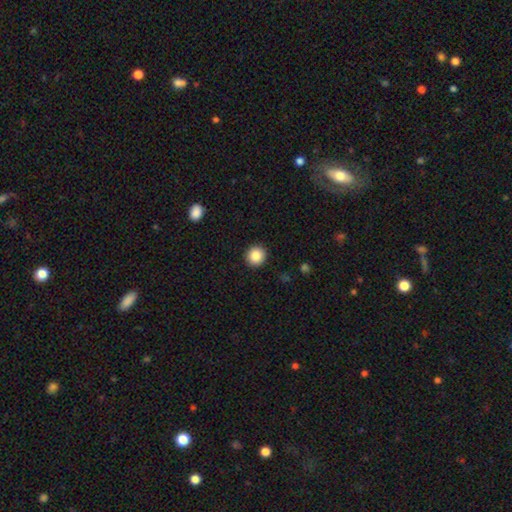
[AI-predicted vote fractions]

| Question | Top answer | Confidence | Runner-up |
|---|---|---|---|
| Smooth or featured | smooth | 86% | star or artifact (9%) |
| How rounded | round | 94% | in between (5%) |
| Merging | none | 93% | minor disturbance (5%) |